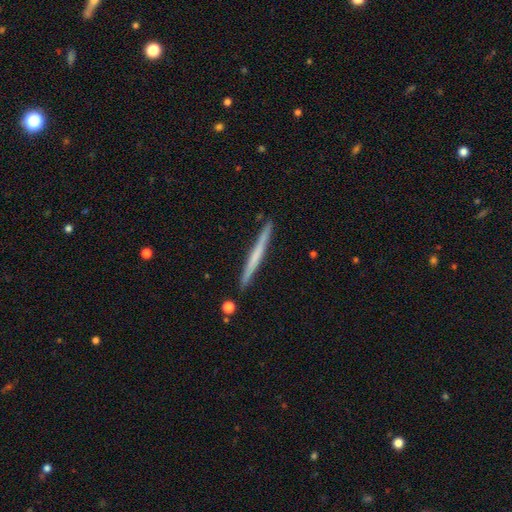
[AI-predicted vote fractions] Smooth or featured? featured or disk (49%)
Merging? none (92%)